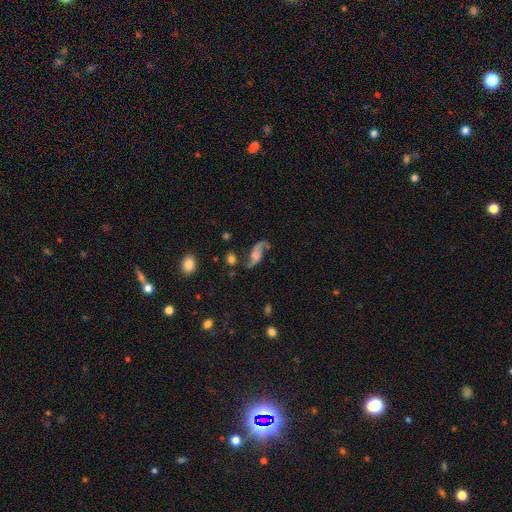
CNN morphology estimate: smooth_or_featured: featured or disk (p=0.81) [alt: smooth p=0.11]
disk_edge_on: no (p=0.94) [alt: yes p=0.06]
bar: no (p=0.59) [alt: weak p=0.32]
has_spiral_arms: yes (p=0.94) [alt: no p=0.06]
spiral_winding: loose (p=0.81) [alt: medium p=0.15]
spiral_arm_count: 2 (p=0.92) [alt: 1 p=0.03]
bulge_size: none (p=0.29) [alt: moderate p=0.27]
merging: none (p=0.66) [alt: minor disturbance p=0.17]